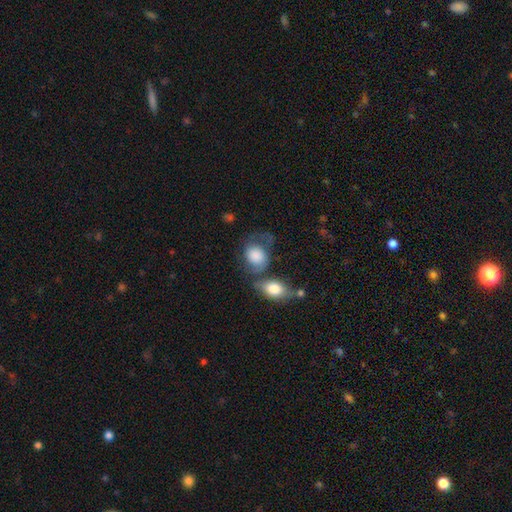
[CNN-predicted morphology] Smooth or featured? Predicted: smooth (p=0.71). How rounded? Predicted: round (p=0.52). Merging? Predicted: none (p=0.35).